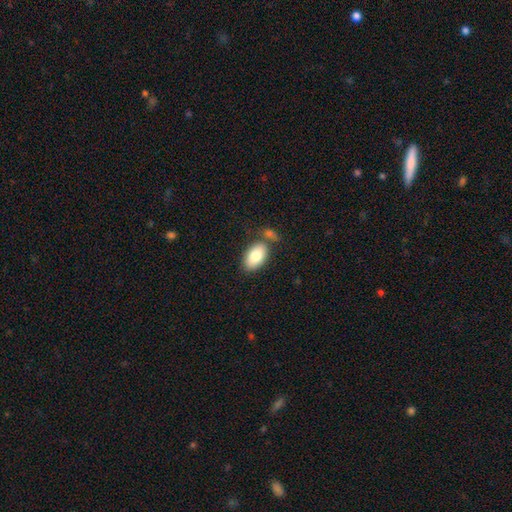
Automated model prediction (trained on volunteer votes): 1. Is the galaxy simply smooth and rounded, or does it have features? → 81% smooth, 12% featured or disk, 6% star or artifact.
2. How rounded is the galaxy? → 93% in between, 5% round, 2% cigar-shaped.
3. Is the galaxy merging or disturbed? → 64% none, 17% merger, 14% minor disturbance, 4% major disturbance.